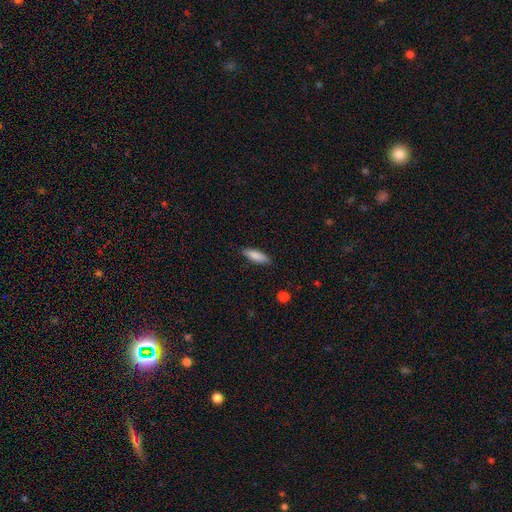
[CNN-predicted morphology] Smooth or featured?
  - smooth: 86% *
  - featured or disk: 8%
  - star or artifact: 6%
How rounded?
  - cigar-shaped: 53% *
  - in between: 46%
  - round: 2%
Merging?
  - none: 87% *
  - minor disturbance: 10%
  - major disturbance: 2%
  - merger: 1%